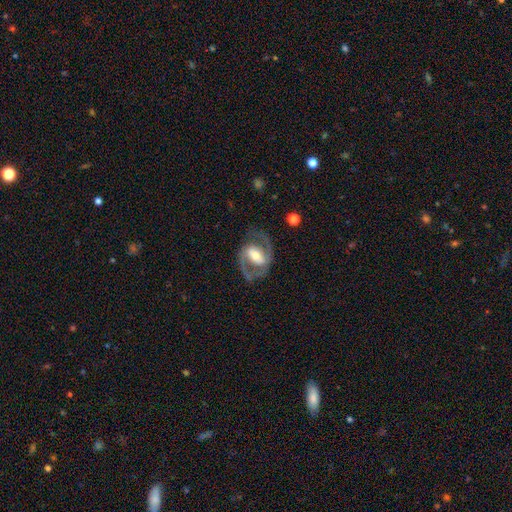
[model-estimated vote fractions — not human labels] The model was most divided on "bar": strong: 46%, weak: 36%, no: 18%. More confident: edge-on disk — no (97%); spiral arms — yes (92%); spiral arm count — 2 (91%); smooth or featured — featured or disk (85%); merging — none (77%); spiral winding — medium (59%); bulge size — moderate (57%).